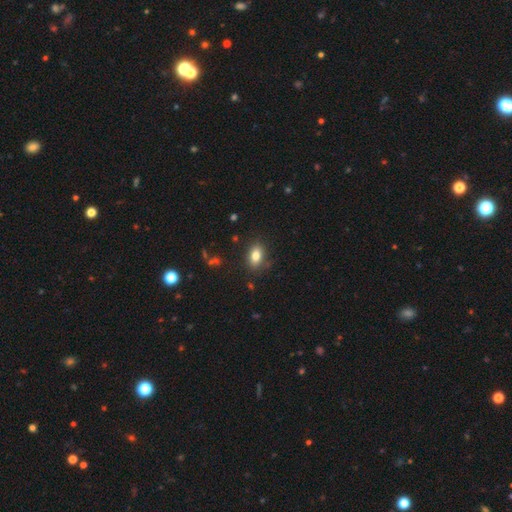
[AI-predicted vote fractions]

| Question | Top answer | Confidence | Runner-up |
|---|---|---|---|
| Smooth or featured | smooth | 82% | featured or disk (9%) |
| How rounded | in between | 85% | round (12%) |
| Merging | none | 83% | minor disturbance (12%) |